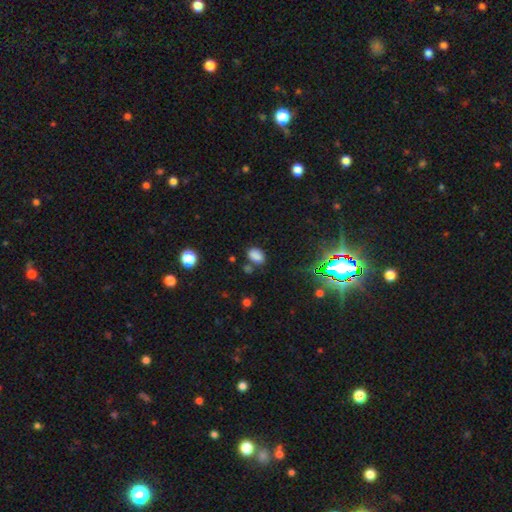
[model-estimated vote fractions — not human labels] The model was most divided on "merging": none: 72%, minor disturbance: 15%, merger: 8%, major disturbance: 5%. More confident: how rounded — in between (83%); smooth or featured — smooth (79%).